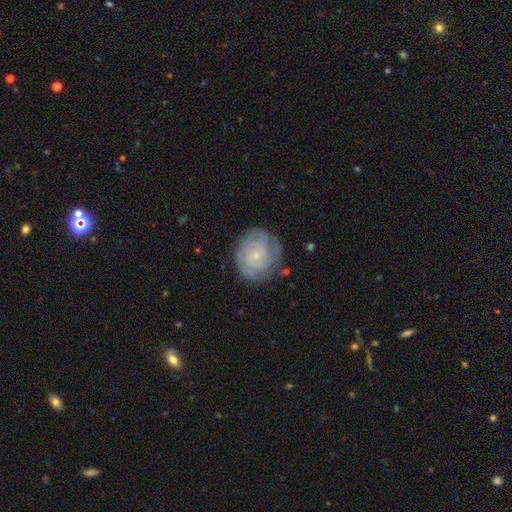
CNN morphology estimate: Smooth or featured?
  - featured or disk: 66% *
  - smooth: 27%
  - star or artifact: 7%
Edge-on disk?
  - no: 98% *
  - yes: 2%
Bar?
  - no: 77% *
  - weak: 20%
  - strong: 3%
Spiral arms?
  - yes: 89% *
  - no: 11%
Spiral winding?
  - tight: 67% *
  - medium: 25%
  - loose: 7%
Spiral arm count?
  - can't tell: 41% *
  - 2: 21%
  - 3: 18%
  - 4: 10%
  - 1: 5%
  - more than 4: 5%
Bulge size?
  - small: 80% *
  - moderate: 13%
  - none: 5%
  - large: 1%
  - dominant: 1%
Merging?
  - none: 78% *
  - minor disturbance: 16%
  - major disturbance: 5%
  - merger: 1%